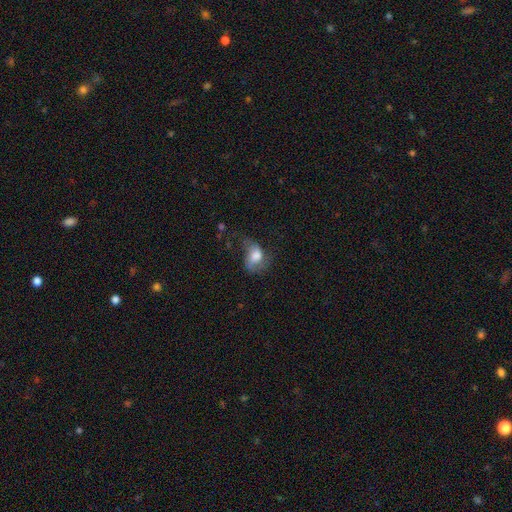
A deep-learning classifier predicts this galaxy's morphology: This is possibly a smooth galaxy (53%). How rounded: likely in between (77%). Merging: marginally major disturbance (35%, tied with none).